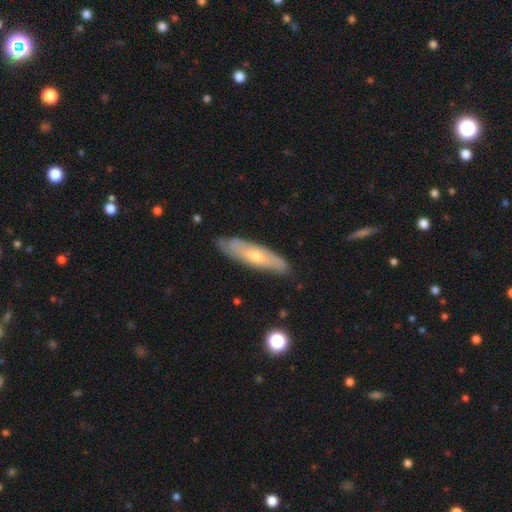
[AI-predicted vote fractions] smooth-or-featured: featured or disk: 56% | smooth: 38% | star or artifact: 6%
  disk-edge-on: no: 57% | yes: 43%
  merging: none: 79% | minor disturbance: 17% | major disturbance: 3% | merger: 1%